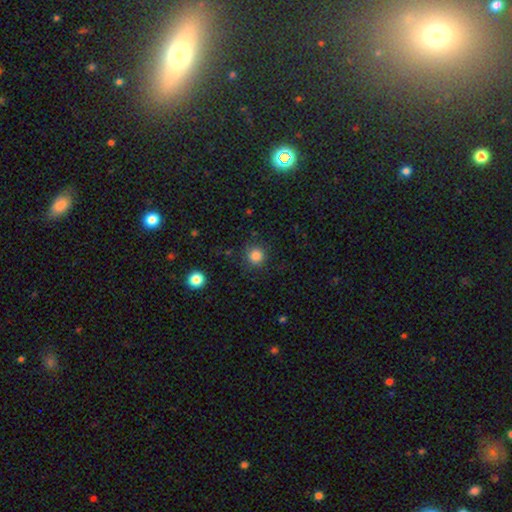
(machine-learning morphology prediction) A smooth galaxy with no disk features (85%) that is round (93%).

Vote fractions:
- Smooth or featured? smooth: 85% / star or artifact: 12% / featured or disk: 3%
- How rounded? round: 93% / in between: 6% / cigar-shaped: 1%
- Merging? none: 86% / minor disturbance: 9% / major disturbance: 4% / merger: 2%